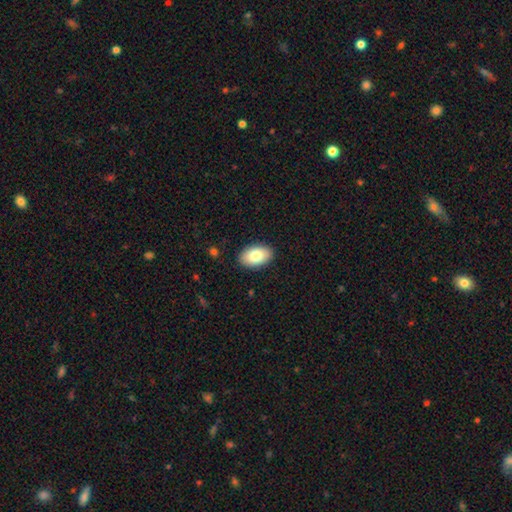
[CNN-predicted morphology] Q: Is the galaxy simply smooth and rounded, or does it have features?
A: smooth — 79%.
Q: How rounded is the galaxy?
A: in between — 93%.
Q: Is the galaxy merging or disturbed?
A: none — 89%.